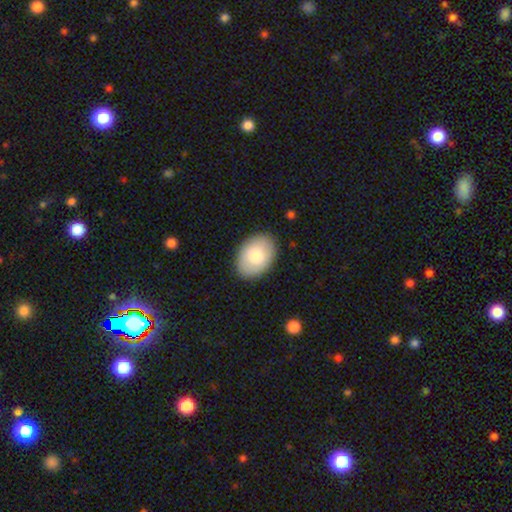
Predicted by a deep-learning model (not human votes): smooth_or_featured: smooth (p=0.78) [alt: featured or disk p=0.16]
how_rounded: in between (p=0.83) [alt: round p=0.16]
merging: none (p=0.88) [alt: minor disturbance p=0.09]